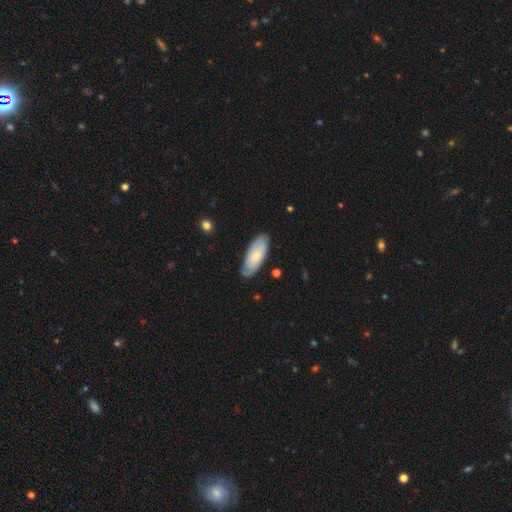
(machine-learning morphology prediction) Smooth or featured?
  - smooth: 54% *
  - featured or disk: 40%
  - star or artifact: 5%
How rounded?
  - in between: 80% *
  - cigar-shaped: 18%
  - round: 2%
Merging?
  - none: 76% *
  - minor disturbance: 19%
  - major disturbance: 4%
  - merger: 2%